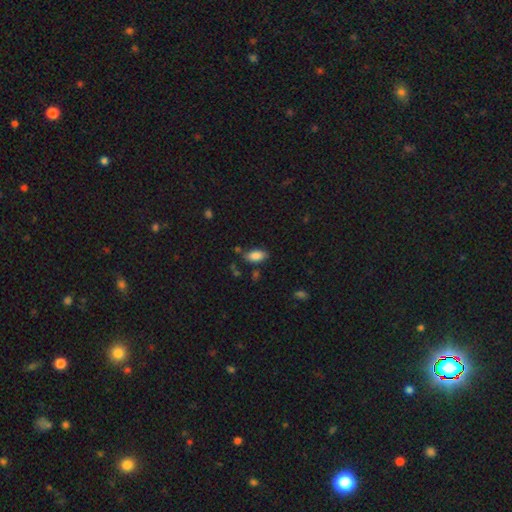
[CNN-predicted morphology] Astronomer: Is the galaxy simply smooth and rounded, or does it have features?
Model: smooth — 86%.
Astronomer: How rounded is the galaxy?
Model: in between — 93%.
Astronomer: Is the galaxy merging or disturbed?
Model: none — 79%.